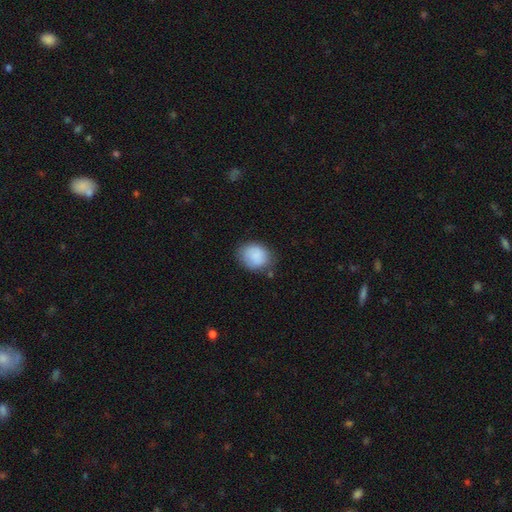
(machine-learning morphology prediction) A smooth galaxy with no disk features (84%) that is round (52%).

Vote fractions:
- Smooth or featured? smooth: 84% / featured or disk: 9% / star or artifact: 7%
- How rounded? round: 52% / in between: 47% / cigar-shaped: 1%
- Merging? none: 71% / minor disturbance: 21% / major disturbance: 5% / merger: 3%